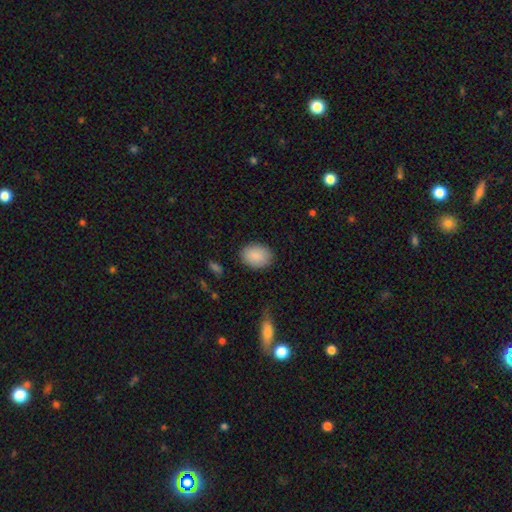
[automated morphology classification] Overall: smooth (89%). How rounded: in between (73%). Merging: none (85%).